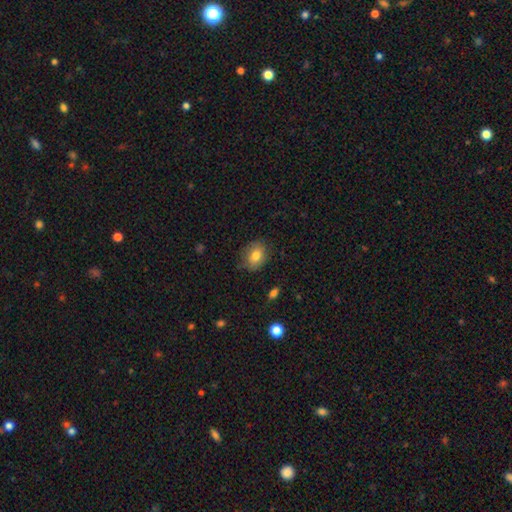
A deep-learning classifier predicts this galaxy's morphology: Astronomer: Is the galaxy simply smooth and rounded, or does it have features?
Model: smooth — 79%.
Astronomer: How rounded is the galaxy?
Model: in between — 64%.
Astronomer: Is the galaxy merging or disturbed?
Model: none — 76%.